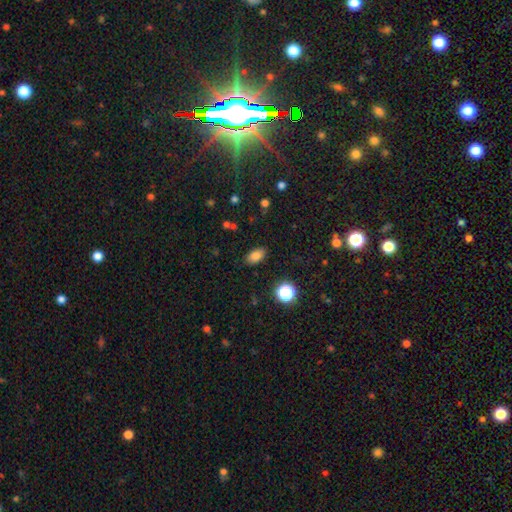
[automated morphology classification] Q: Smooth or featured?
A: smooth (81%); runner-up: star or artifact (12%)
Q: How rounded?
A: in between (90%); runner-up: round (8%)
Q: Merging?
A: none (87%); runner-up: minor disturbance (9%)